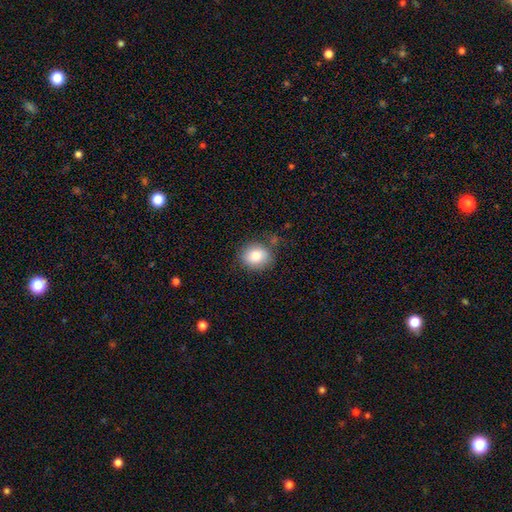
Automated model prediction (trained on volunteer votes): Smooth or featured?
  - smooth: 83% *
  - star or artifact: 8%
  - featured or disk: 8%
How rounded?
  - round: 65% *
  - in between: 34%
  - cigar-shaped: 1%
Merging?
  - none: 79% *
  - minor disturbance: 14%
  - major disturbance: 4%
  - merger: 3%